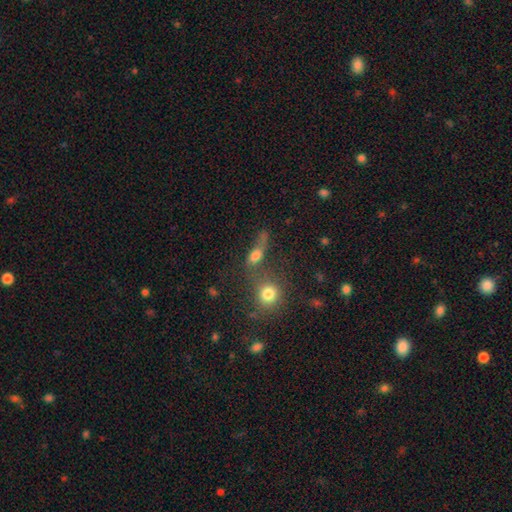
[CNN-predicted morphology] A smooth galaxy with no disk features (68%) that is in between round and cigar-shaped (51%). Merging: merger (39%).